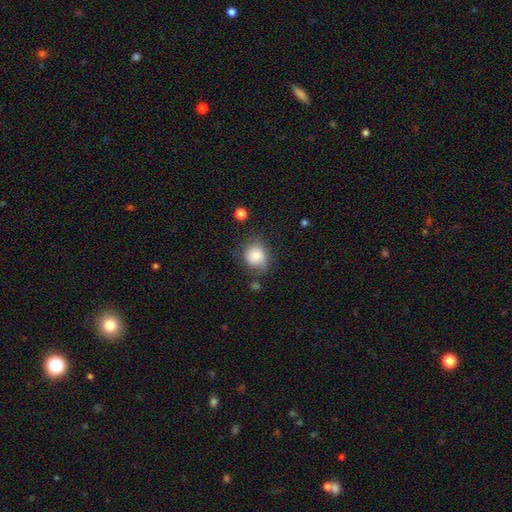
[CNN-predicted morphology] The model was most divided on "how rounded": round: 70%, in between: 29%, cigar-shaped: 1%. More confident: smooth or featured — smooth (79%); merging — none (66%).